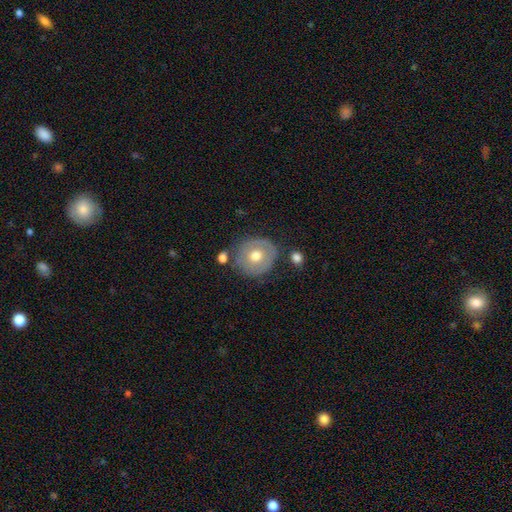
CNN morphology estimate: smooth-or-featured: smooth: 54% | featured or disk: 38% | star or artifact: 7%
  how-rounded: round: 85% | in between: 14% | cigar-shaped: 1%
  merging: none: 70% | minor disturbance: 18% | merger: 7% | major disturbance: 6%